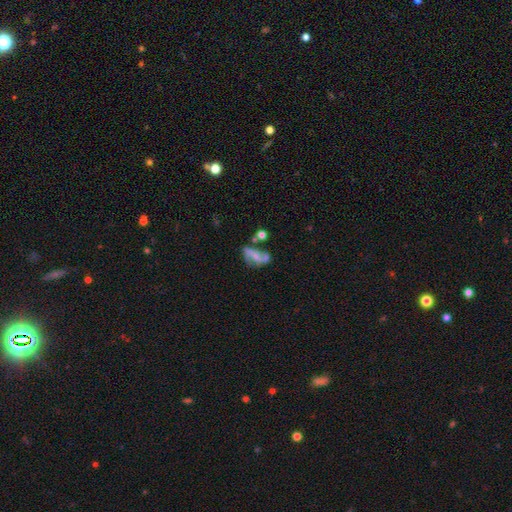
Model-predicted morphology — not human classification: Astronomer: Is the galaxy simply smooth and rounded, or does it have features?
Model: featured or disk — 66%.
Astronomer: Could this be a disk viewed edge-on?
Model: no — 96%.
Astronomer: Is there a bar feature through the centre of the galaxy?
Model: no — 45% (runner-up: weak, 34%).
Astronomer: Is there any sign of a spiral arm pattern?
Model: yes — 77%.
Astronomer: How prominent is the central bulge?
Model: none — 40% (runner-up: small, 39%).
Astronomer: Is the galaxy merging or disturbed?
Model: none — 39% (runner-up: major disturbance, 20%).